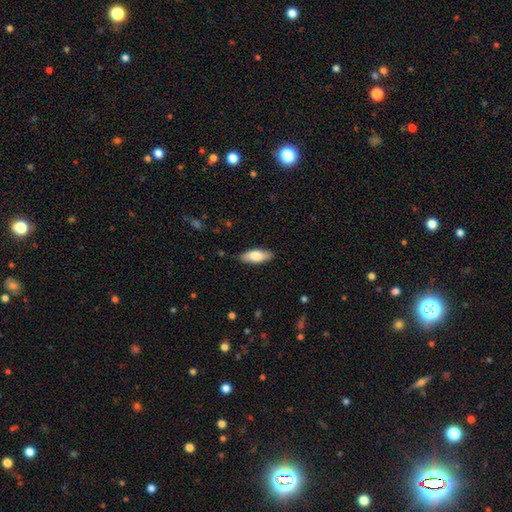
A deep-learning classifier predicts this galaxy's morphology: Overall: smooth (74%). How rounded: in between (75%). Merging: none (84%).